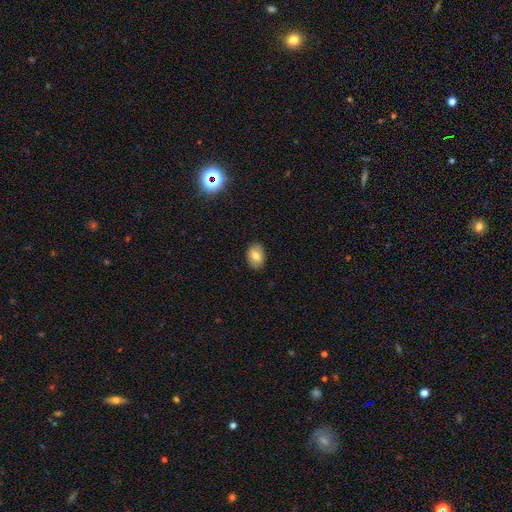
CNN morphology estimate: smooth_or_featured: smooth (p=0.73) [alt: featured or disk p=0.17]
how_rounded: in between (p=0.76) [alt: round p=0.23]
merging: none (p=0.87) [alt: minor disturbance p=0.09]